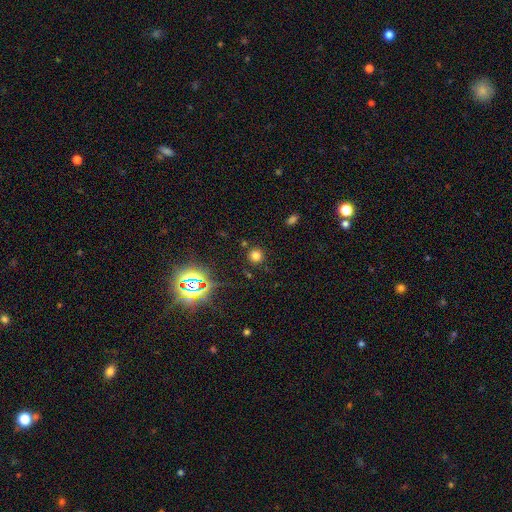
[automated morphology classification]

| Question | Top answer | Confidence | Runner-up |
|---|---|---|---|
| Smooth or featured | smooth | 69% | star or artifact (24%) |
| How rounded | round | 93% | in between (6%) |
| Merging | none | 86% | minor disturbance (8%) |